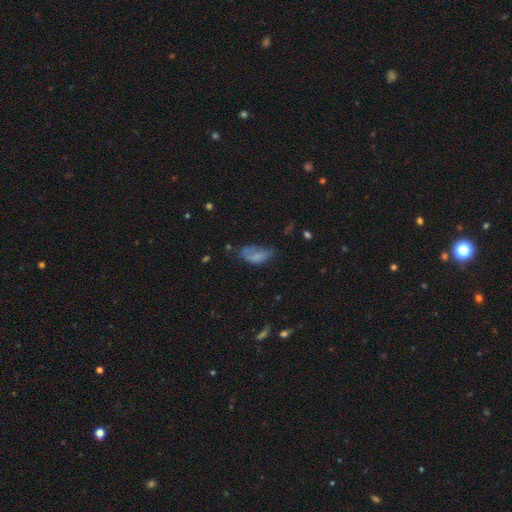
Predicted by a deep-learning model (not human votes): This appears to be a smooth galaxy with no disk features (61%) that is in between round and cigar-shaped (89%). Merging: none (33%).